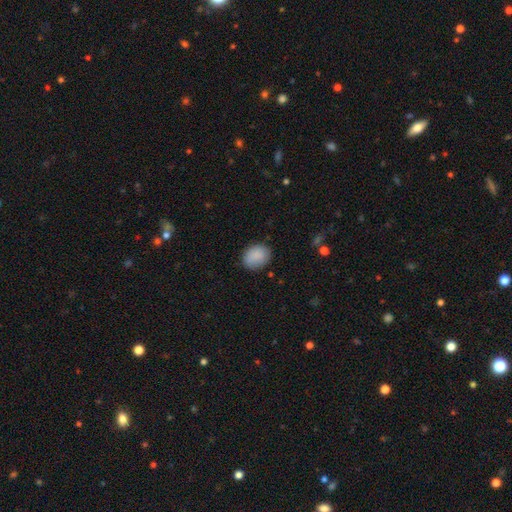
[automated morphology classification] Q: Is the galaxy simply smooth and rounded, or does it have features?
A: smooth — 88%.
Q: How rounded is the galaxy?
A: round — 50%.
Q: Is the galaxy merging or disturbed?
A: none — 82%.